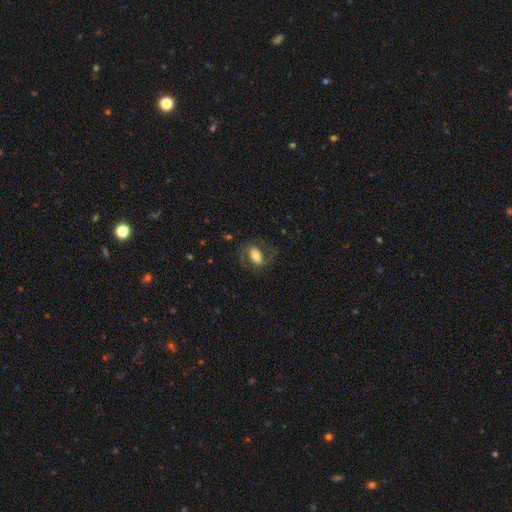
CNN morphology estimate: Smooth or featured: featured or disk — 54% (smooth — 39%)
Edge-on disk: no — 95% (yes — 5%)
Bar: no — 46% (weak — 30%)
Spiral arms: yes — 72% (no — 28%)
Bulge size: moderate — 55% (large — 22%)
Merging: none — 66% (major disturbance — 16%)